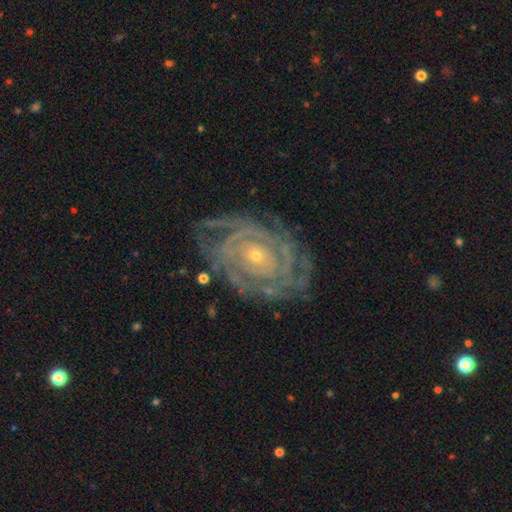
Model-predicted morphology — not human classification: Overall: featured or disk (88%). Edge-on disk: no (96%). Bar: no (78%). Spiral arms: yes (96%). Spiral arm count: can't tell (30%; 2 18%). Spiral winding: tight (82%). Bulge size: small (75%). Merging: none (73%).